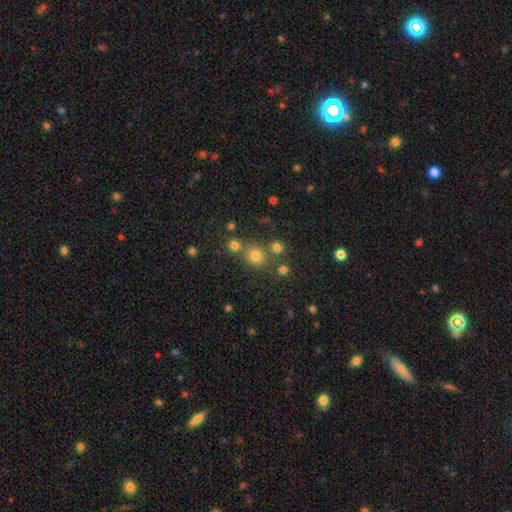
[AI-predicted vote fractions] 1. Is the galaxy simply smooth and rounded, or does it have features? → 71% smooth, 21% star or artifact, 8% featured or disk.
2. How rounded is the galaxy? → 88% round, 11% in between, 1% cigar-shaped.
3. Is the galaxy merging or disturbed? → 69% none, 19% merger, 8% minor disturbance, 3% major disturbance.